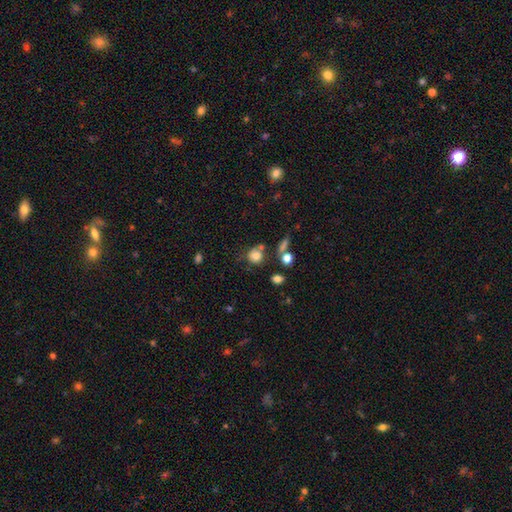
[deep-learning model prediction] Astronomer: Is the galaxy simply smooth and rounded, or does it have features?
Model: smooth — 79%.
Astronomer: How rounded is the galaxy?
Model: round — 83%.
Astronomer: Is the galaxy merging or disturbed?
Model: none — 59%.